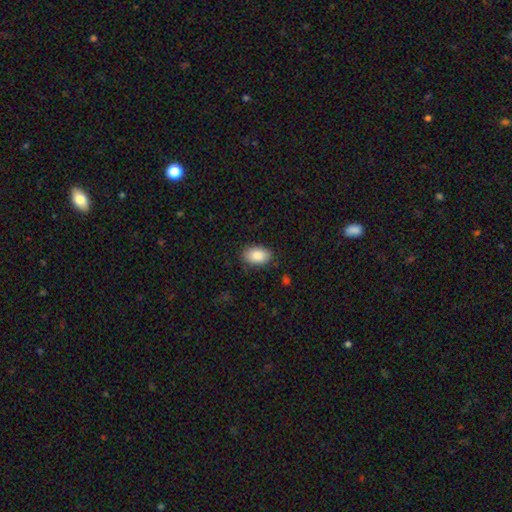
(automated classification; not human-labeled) This is clearly a smooth galaxy (87%). How rounded: clearly in between (90%). Merging: clearly none (84%).